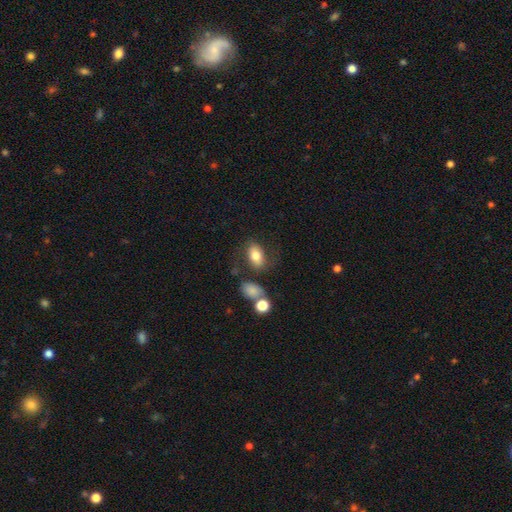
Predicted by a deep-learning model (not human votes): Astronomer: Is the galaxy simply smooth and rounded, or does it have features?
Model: smooth — 75%.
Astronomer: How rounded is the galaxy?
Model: in between — 85%.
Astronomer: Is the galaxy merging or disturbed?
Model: none — 62%.